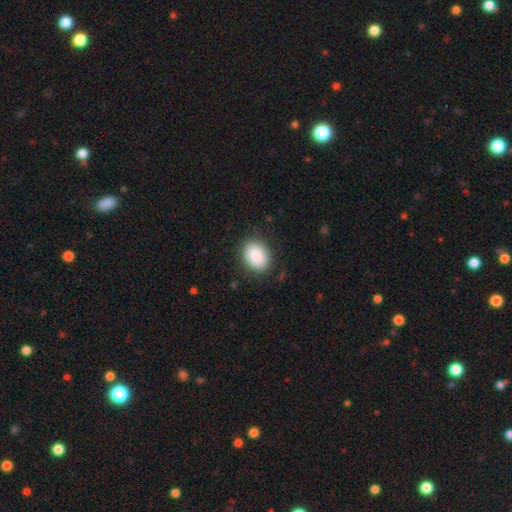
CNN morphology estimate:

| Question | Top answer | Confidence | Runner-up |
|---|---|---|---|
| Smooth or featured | smooth | 88% | star or artifact (7%) |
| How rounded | in between | 69% | round (30%) |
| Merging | none | 84% | minor disturbance (11%) |